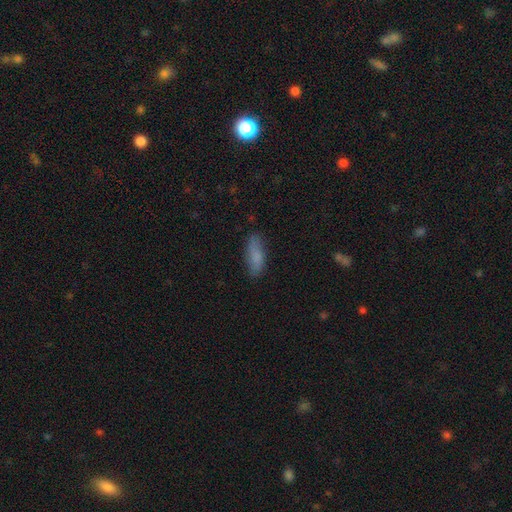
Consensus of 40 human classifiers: smooth 82%, featured or disk 10%, star or artifact 8%. Down the decision tree: how rounded — cigar-shaped (64%); merging — none (65%).